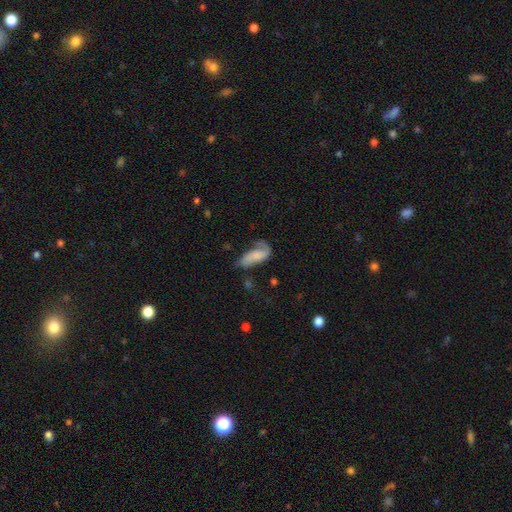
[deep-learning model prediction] smooth_or_featured: smooth (p=0.56) [alt: featured or disk p=0.35]
how_rounded: in between (p=0.78) [alt: cigar-shaped p=0.19]
merging: major disturbance (p=0.36) [alt: none p=0.31]